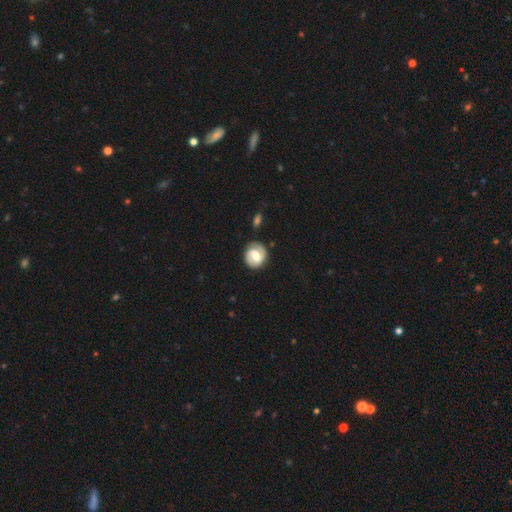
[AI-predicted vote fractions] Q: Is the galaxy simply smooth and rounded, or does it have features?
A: featured or disk — 65%.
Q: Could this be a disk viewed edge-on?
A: no — 97%.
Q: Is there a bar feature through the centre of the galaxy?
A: weak — 48%.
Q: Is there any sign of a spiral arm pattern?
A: yes — 86%.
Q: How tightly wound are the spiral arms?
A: tight — 47%.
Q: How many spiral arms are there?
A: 2 — 80%.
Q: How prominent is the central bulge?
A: moderate — 61%.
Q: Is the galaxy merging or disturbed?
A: none — 79%.